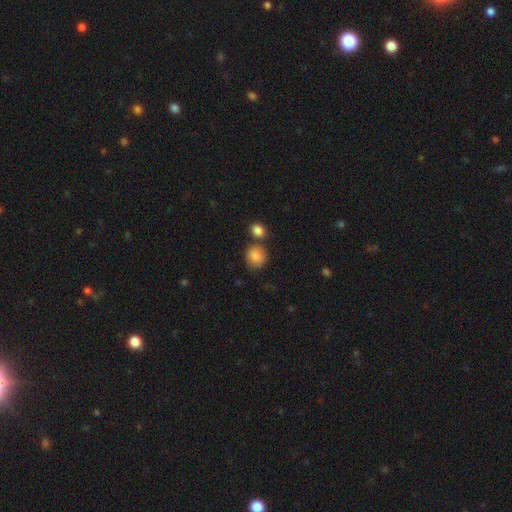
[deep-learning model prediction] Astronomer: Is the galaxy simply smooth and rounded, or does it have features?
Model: smooth — 87%.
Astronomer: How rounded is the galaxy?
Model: round — 83%.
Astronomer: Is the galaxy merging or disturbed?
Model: none — 66%.